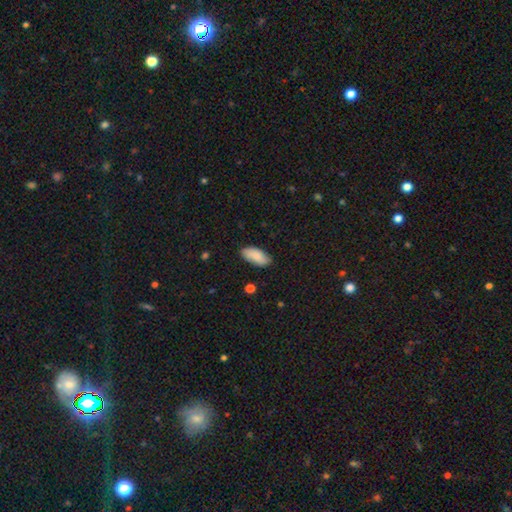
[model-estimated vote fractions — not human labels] Smooth or featured?
  - smooth: 85% *
  - featured or disk: 9%
  - star or artifact: 6%
How rounded?
  - in between: 90% *
  - cigar-shaped: 8%
  - round: 2%
Merging?
  - none: 83% *
  - minor disturbance: 13%
  - major disturbance: 2%
  - merger: 1%